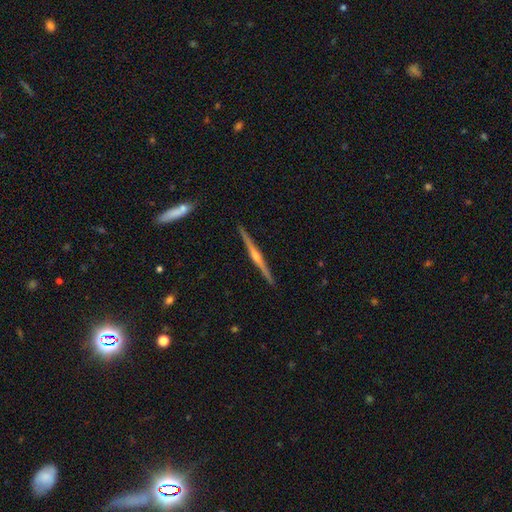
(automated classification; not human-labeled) A featured or disk galaxy (81%) viewed edge-on (98%) with a rounded central bulge (80%).

Vote fractions:
- Smooth or featured? featured or disk: 81% / smooth: 12% / star or artifact: 7%
- Edge-on disk? yes: 98% / no: 2%
- Edge-on bulge? rounded: 80% / none: 13% / boxy: 7%
- Merging? none: 91% / minor disturbance: 6% / major disturbance: 1% / merger: 1%